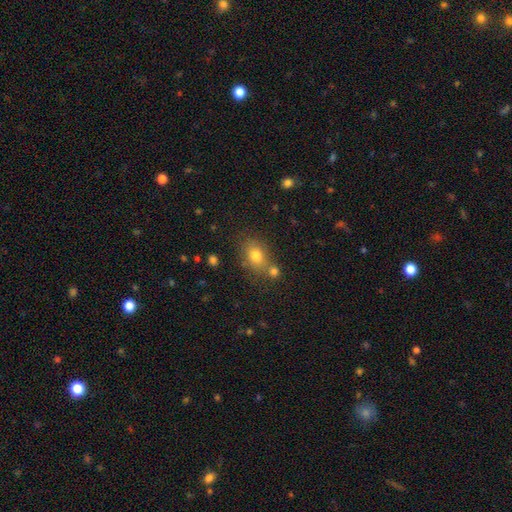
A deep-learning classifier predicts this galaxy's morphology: Overall: smooth (77%). How rounded: in between (62%; round 37%). Merging: none (61%; merger 21%).